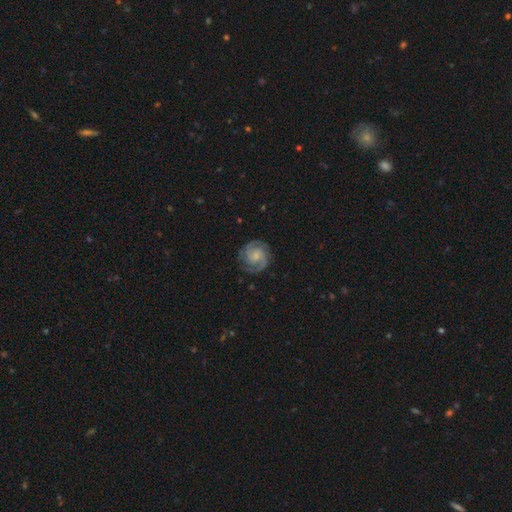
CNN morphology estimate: featured or disk 87%, smooth 8%, star or artifact 5%. Down the decision tree: edge-on disk — no (98%); bar — no (61%); spiral arms — yes (98%); spiral arm count — 2 (73%); spiral winding — tight (58%); bulge size — small (51%); merging — none (82%).